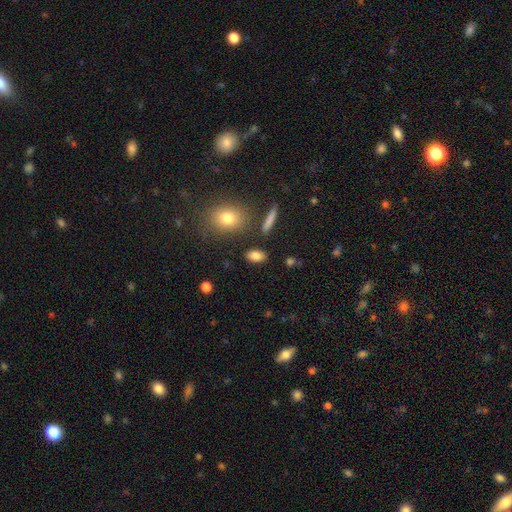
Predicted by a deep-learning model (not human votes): Q: Smooth or featured?
A: smooth (83%); runner-up: star or artifact (9%)
Q: How rounded?
A: in between (84%); runner-up: round (10%)
Q: Merging?
A: none (84%); runner-up: minor disturbance (9%)